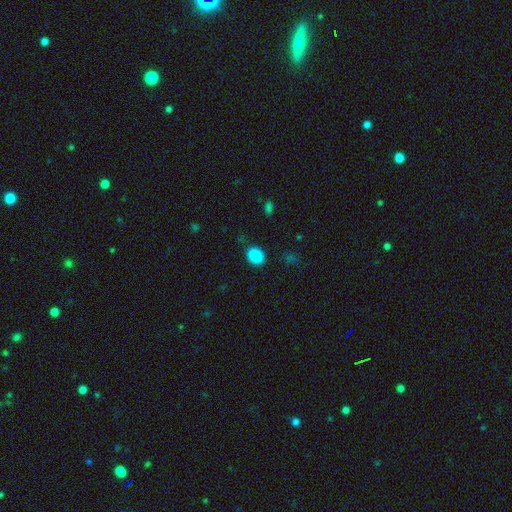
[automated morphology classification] This is clearly a smooth galaxy (88%). How rounded: possibly in between (59%). Merging: clearly none (87%).